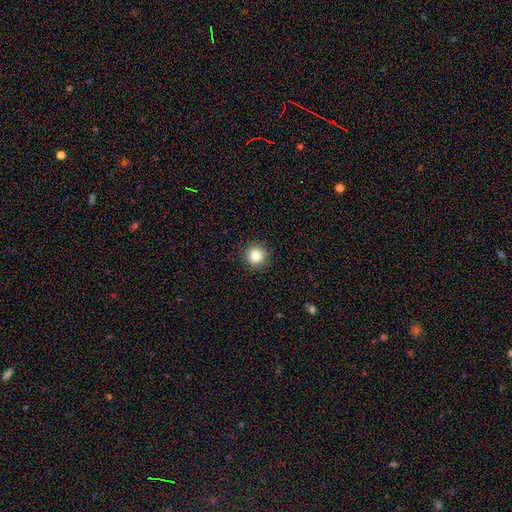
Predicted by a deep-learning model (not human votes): Smooth or featured? smooth (84%)
How rounded? round (95%)
Merging? none (93%)